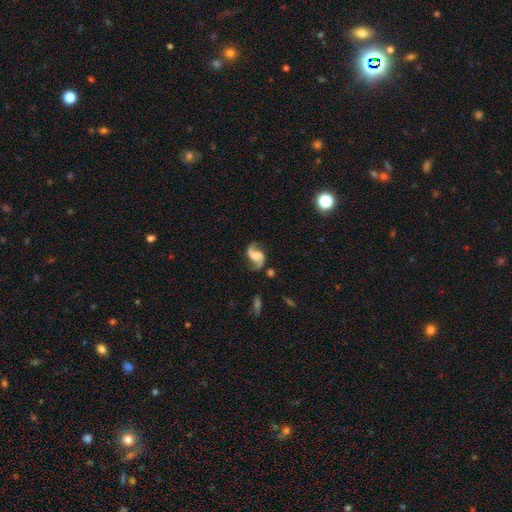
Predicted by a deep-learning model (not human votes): A featured or disk galaxy (87%) with no bar (45%), 2 (93%) loose (60%) spiral arms (97%) and no central bulge (35%). Merging: none (73%).